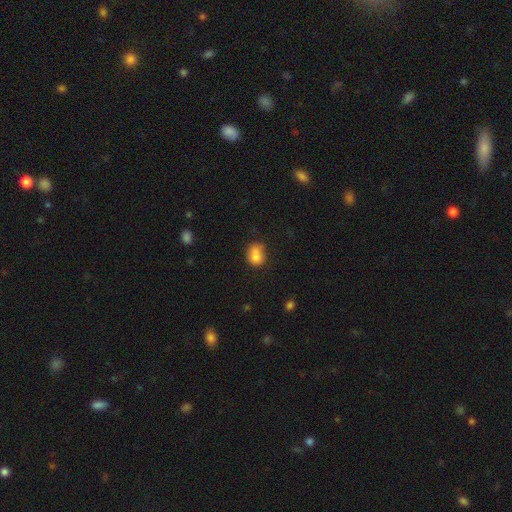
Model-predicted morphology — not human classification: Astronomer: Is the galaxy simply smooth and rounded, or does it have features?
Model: smooth — 78%.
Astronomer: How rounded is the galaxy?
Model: in between — 50% (runner-up: round, 49%).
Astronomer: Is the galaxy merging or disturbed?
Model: none — 43% (runner-up: merger, 24%).